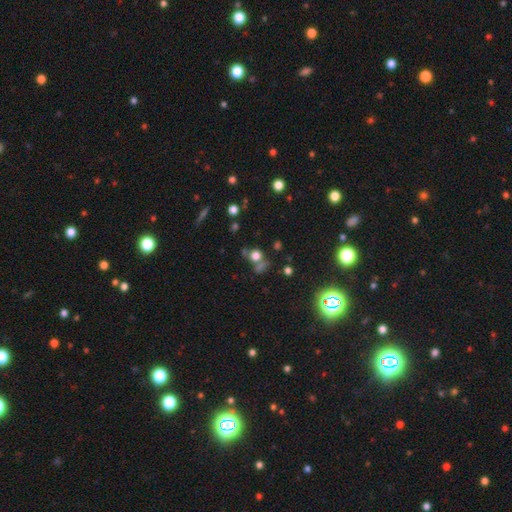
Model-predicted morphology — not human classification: Smooth or featured?
  - smooth: 65% *
  - star or artifact: 24%
  - featured or disk: 11%
How rounded?
  - round: 80% *
  - in between: 17%
  - cigar-shaped: 2%
Merging?
  - none: 56% *
  - merger: 23%
  - minor disturbance: 13%
  - major disturbance: 9%